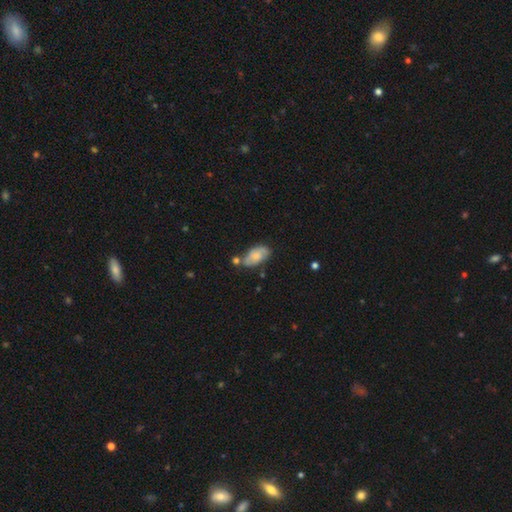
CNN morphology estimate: Q: Smooth or featured?
A: smooth (55%); runner-up: featured or disk (37%)
Q: How rounded?
A: in between (92%); runner-up: round (5%)
Q: Merging?
A: none (53%); runner-up: minor disturbance (26%)